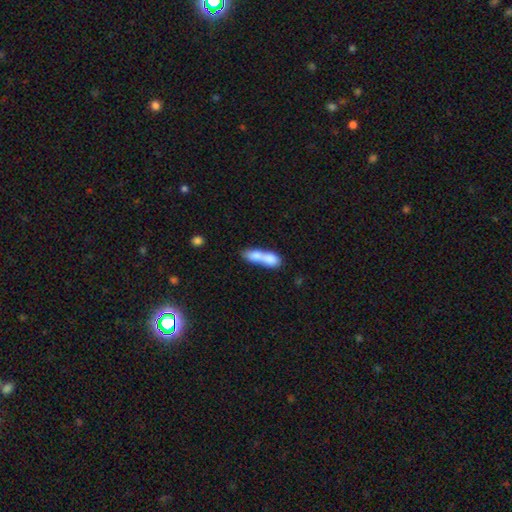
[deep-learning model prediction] smooth-or-featured: smooth: 73% | featured or disk: 20% | star or artifact: 7%
  how-rounded: in between: 62% | cigar-shaped: 24% | round: 14%
  merging: merger: 77% | none: 14% | minor disturbance: 6% | major disturbance: 4%